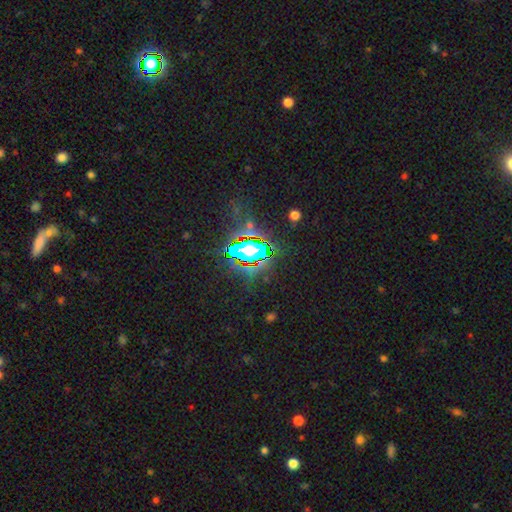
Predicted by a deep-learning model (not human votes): smooth-or-featured: star or artifact: 66% | smooth: 21% | featured or disk: 13%